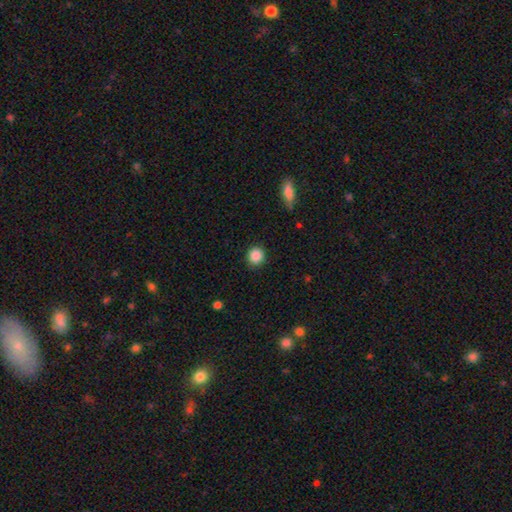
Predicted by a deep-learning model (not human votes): smooth 88%, star or artifact 9%, featured or disk 3%. Down the decision tree: how rounded — round (89%); merging — none (88%).